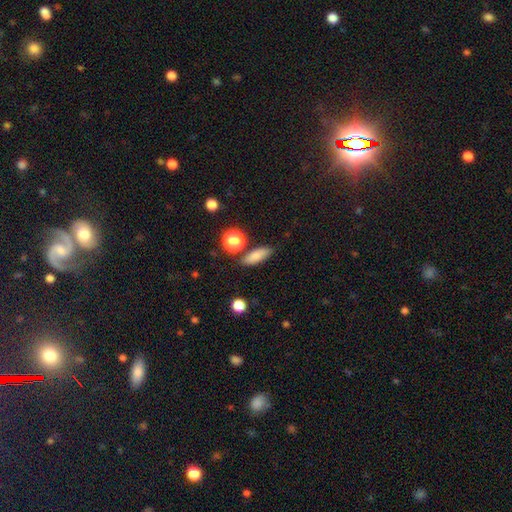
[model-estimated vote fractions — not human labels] Smooth or featured? Predicted: smooth (p=0.80). How rounded? Predicted: in between (p=0.64). Merging? Predicted: none (p=0.80).